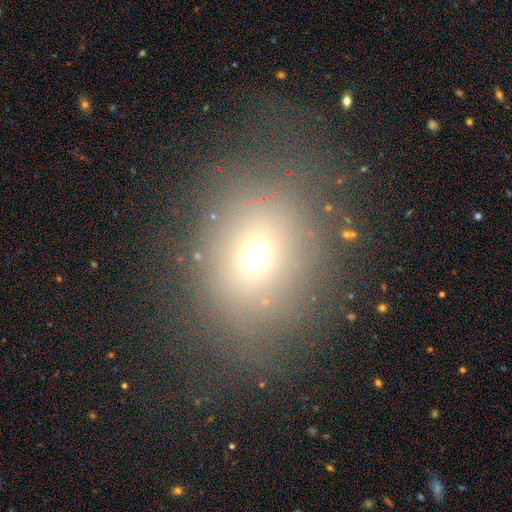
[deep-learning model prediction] The model was most divided on "how rounded": round: 59%, in between: 40%, cigar-shaped: 1%. More confident: merging — none (65%); smooth or featured — smooth (64%).